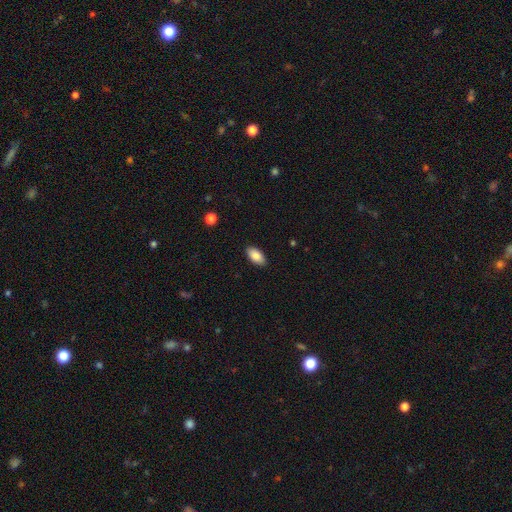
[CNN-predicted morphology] smooth_or_featured: smooth (p=0.87) [alt: featured or disk p=0.07]
how_rounded: in between (p=0.94) [alt: cigar-shaped p=0.03]
merging: none (p=0.89) [alt: minor disturbance p=0.09]